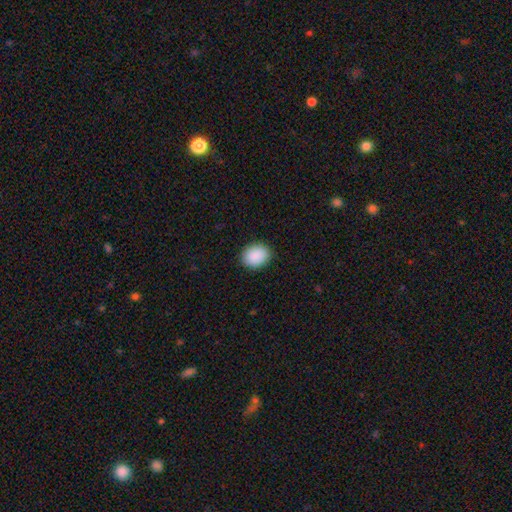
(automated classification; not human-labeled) Smooth or featured? smooth (90%)
How rounded? in between (52%)
Merging? none (89%)